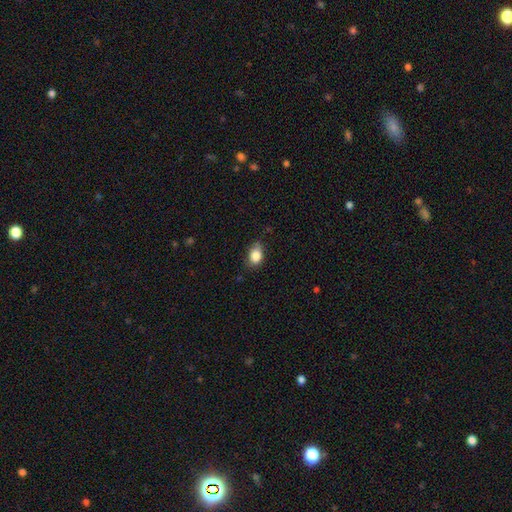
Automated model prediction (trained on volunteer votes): Overall: smooth (85%). How rounded: in between (72%). Merging: none (66%; minor disturbance 27%).